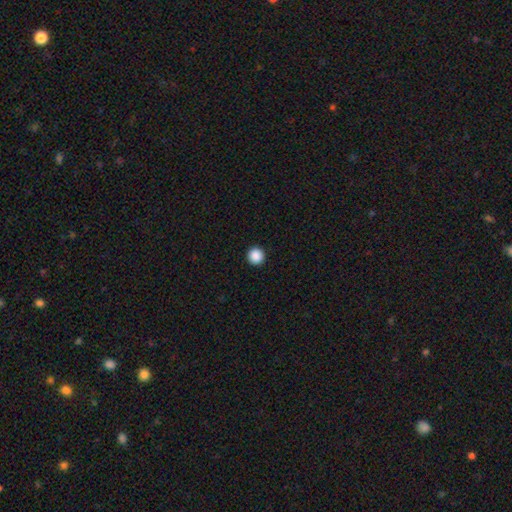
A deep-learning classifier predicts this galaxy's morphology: type=smooth (89%); roundness=round (96%); merging=none (94%).